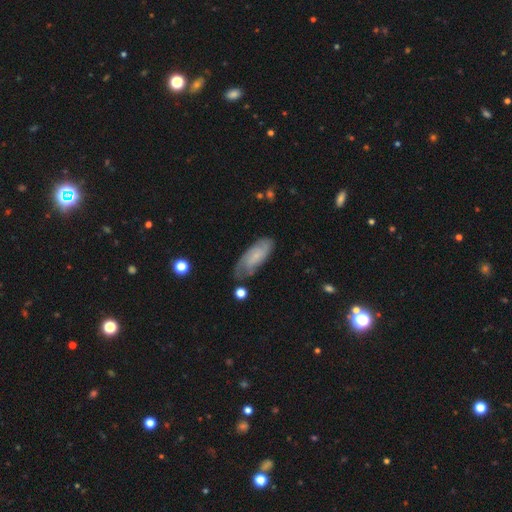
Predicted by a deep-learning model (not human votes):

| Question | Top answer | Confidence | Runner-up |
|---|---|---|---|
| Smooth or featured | featured or disk | 53% | smooth (40%) |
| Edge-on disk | no | 88% | yes (12%) |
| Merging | none | 61% | minor disturbance (26%) |